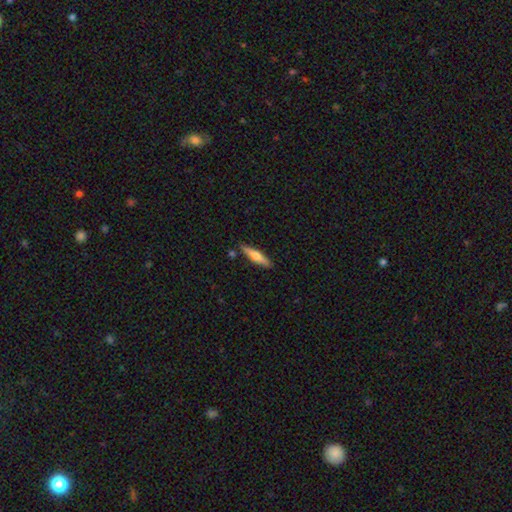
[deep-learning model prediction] smooth 49%, featured or disk 46%, star or artifact 6%. Down the decision tree: merging — none (85%).